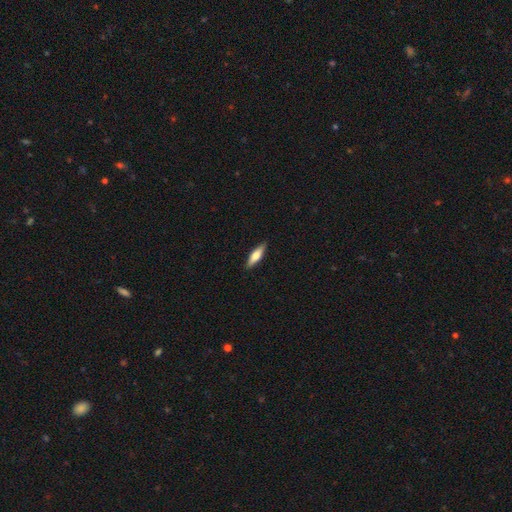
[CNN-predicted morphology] Overall: smooth (62%; featured or disk 32%). How rounded: cigar-shaped (62%; in between 36%). Merging: none (89%).